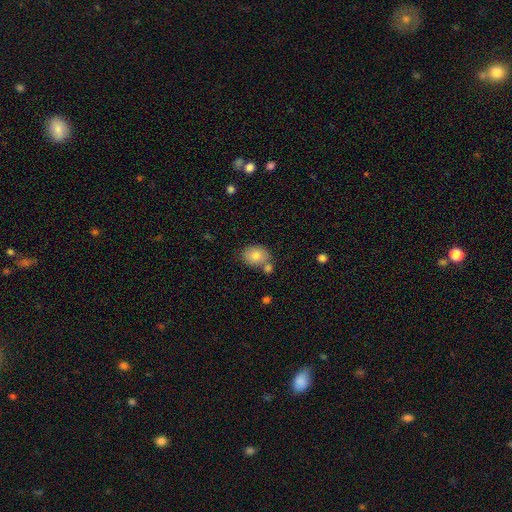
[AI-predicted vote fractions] A smooth galaxy with no disk features (77%) that is in between round and cigar-shaped (50%).

Vote fractions:
- Smooth or featured? smooth: 77% / featured or disk: 14% / star or artifact: 9%
- How rounded? in between: 50% / round: 49% / cigar-shaped: 1%
- Merging? none: 59% / merger: 24% / minor disturbance: 14% / major disturbance: 4%